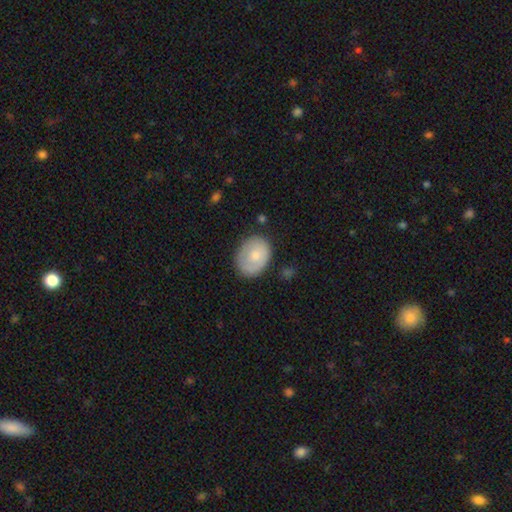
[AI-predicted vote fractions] smooth 70%, featured or disk 24%, star or artifact 6%. Down the decision tree: how rounded — in between (61%); merging — none (72%).